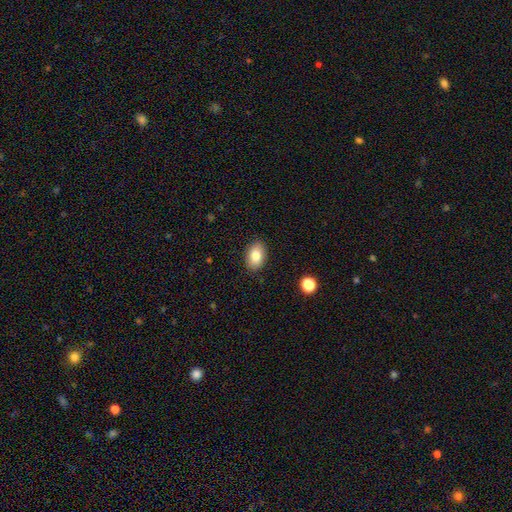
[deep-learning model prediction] Smooth or featured?
  - smooth: 83% *
  - featured or disk: 9%
  - star or artifact: 8%
How rounded?
  - in between: 87% *
  - round: 12%
  - cigar-shaped: 1%
Merging?
  - none: 88% *
  - minor disturbance: 9%
  - major disturbance: 2%
  - merger: 1%